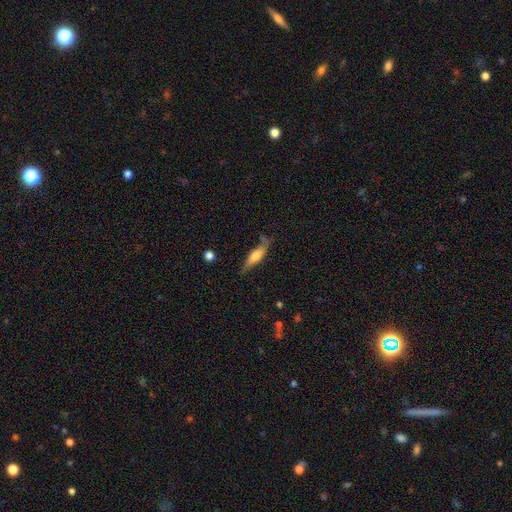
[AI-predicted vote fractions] Overall: smooth (54%; featured or disk 39%). How rounded: cigar-shaped (59%; in between 38%). Merging: none (62%; minor disturbance 26%).